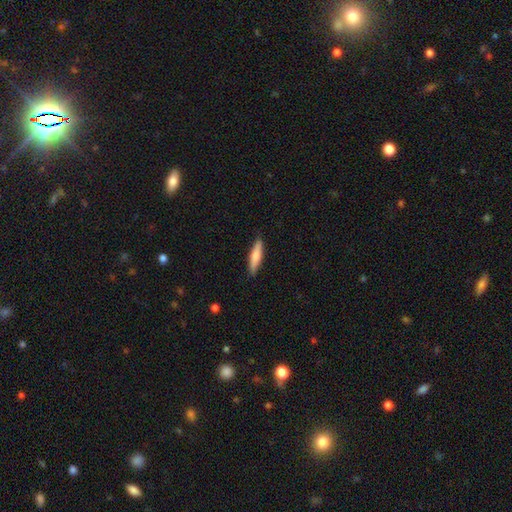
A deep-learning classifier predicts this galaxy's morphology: Smooth or featured? smooth (74%)
How rounded? cigar-shaped (80%)
Merging? none (88%)